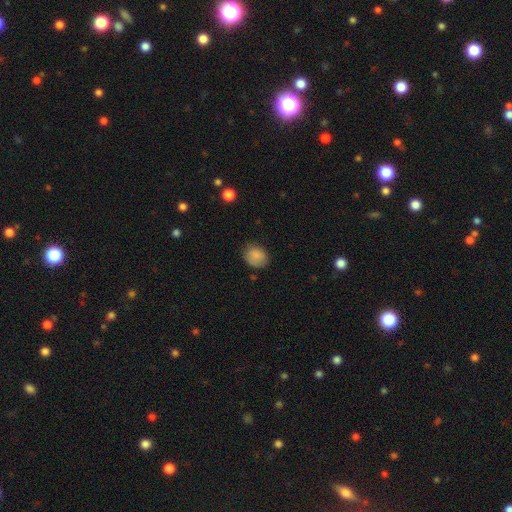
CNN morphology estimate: Smooth or featured? Predicted: smooth (p=0.84). How rounded? Predicted: round (p=0.52). Merging? Predicted: none (p=0.74).